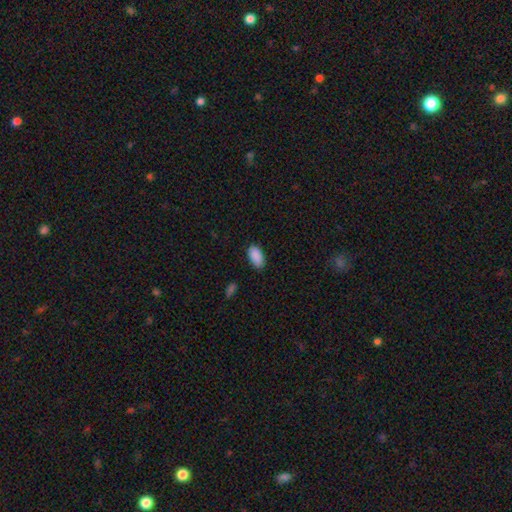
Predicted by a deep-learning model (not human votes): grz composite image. It shows a smooth galaxy with no disk features (90%) that is in between round and cigar-shaped (94%). Merging: none (83%).